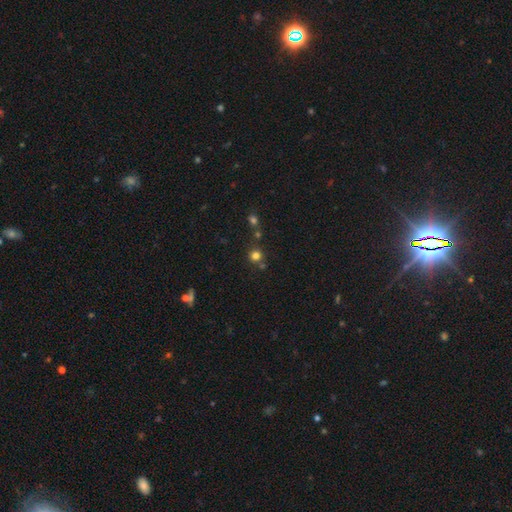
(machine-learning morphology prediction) This is likely a smooth galaxy (75%). How rounded: clearly round (92%). Merging: likely none (73%).